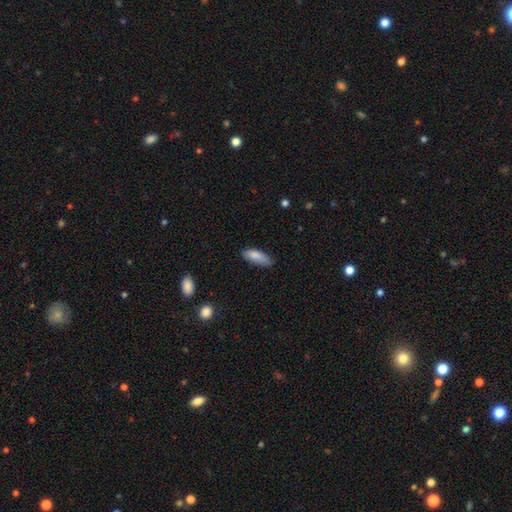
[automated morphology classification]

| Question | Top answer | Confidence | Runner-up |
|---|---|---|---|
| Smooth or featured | smooth | 85% | featured or disk (9%) |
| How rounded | in between | 68% | cigar-shaped (30%) |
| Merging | none | 67% | minor disturbance (27%) |